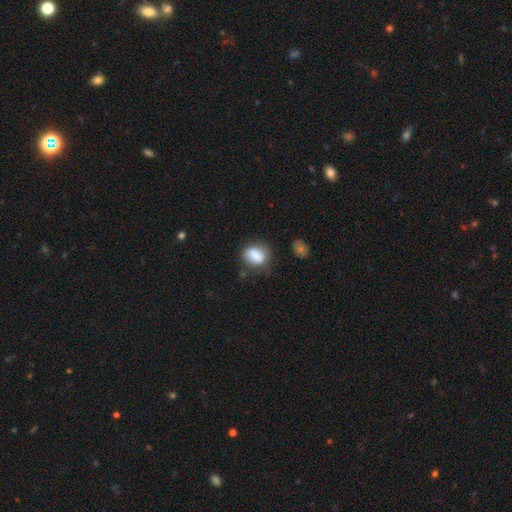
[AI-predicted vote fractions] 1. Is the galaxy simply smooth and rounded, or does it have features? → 78% smooth, 13% featured or disk, 9% star or artifact.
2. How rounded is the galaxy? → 57% in between, 42% round, 2% cigar-shaped.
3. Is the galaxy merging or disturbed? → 60% none, 23% minor disturbance, 9% merger, 8% major disturbance.